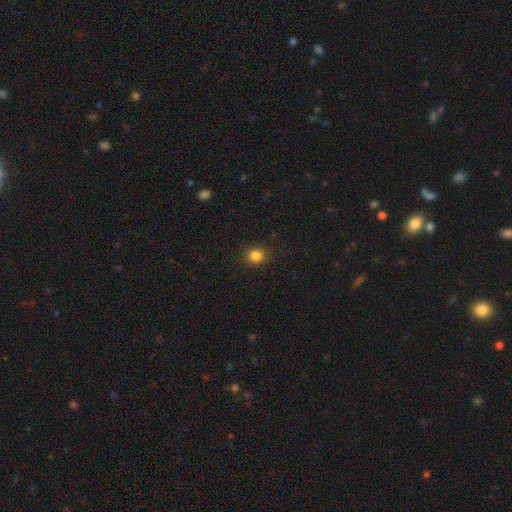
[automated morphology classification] Smooth or featured: smooth — 84% (star or artifact — 12%)
How rounded: round — 86% (in between — 13%)
Merging: none — 89% (minor disturbance — 8%)